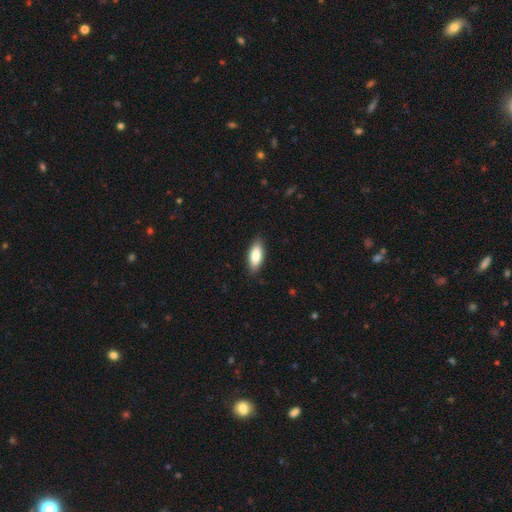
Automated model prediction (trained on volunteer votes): Morphology: type=smooth (83%); roundness=in between (78%); merging=none (86%).